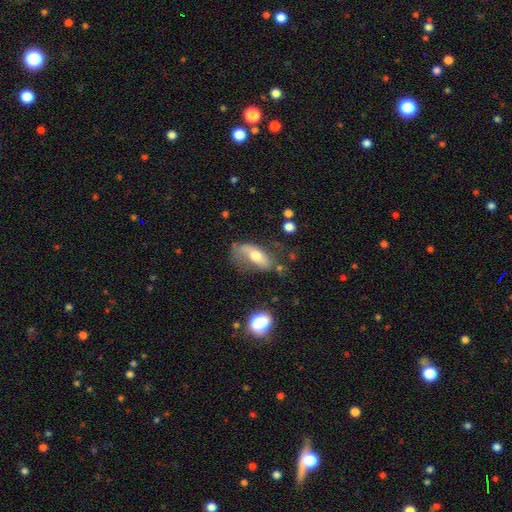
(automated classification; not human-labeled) A smooth galaxy with no disk features (54%) that is in between round and cigar-shaped (79%).

Vote fractions:
- Smooth or featured? smooth: 54% / featured or disk: 38% / star or artifact: 8%
- How rounded? in between: 79% / cigar-shaped: 16% / round: 5%
- Merging? none: 39% / minor disturbance: 30% / major disturbance: 25% / merger: 6%